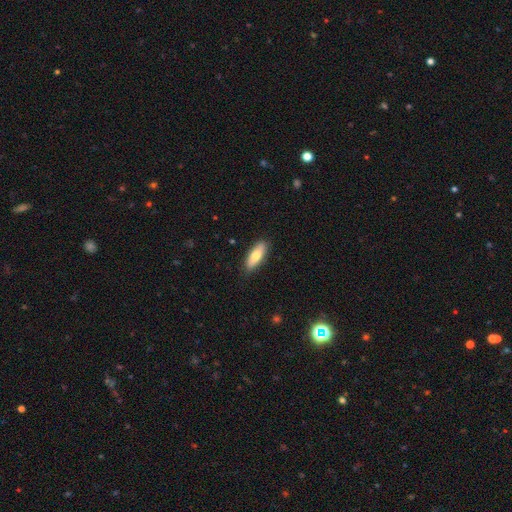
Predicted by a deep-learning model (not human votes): The model was most divided on "how rounded": in between: 63%, cigar-shaped: 34%, round: 2%. More confident: merging — none (85%); smooth or featured — smooth (74%).